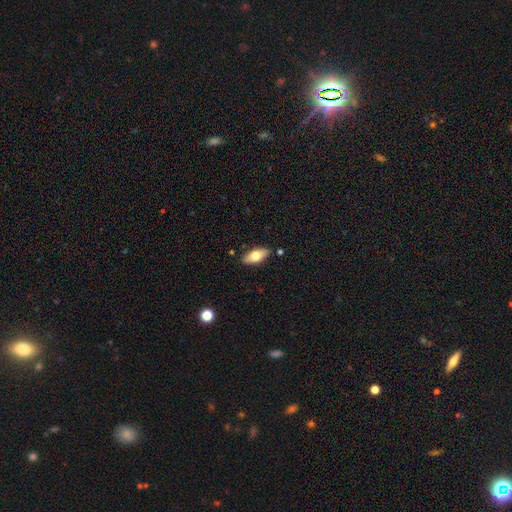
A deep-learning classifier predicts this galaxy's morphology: smooth-or-featured: smooth: 68% | featured or disk: 25% | star or artifact: 6%
  how-rounded: in between: 84% | cigar-shaped: 13% | round: 3%
  merging: none: 86% | minor disturbance: 10% | merger: 2% | major disturbance: 2%